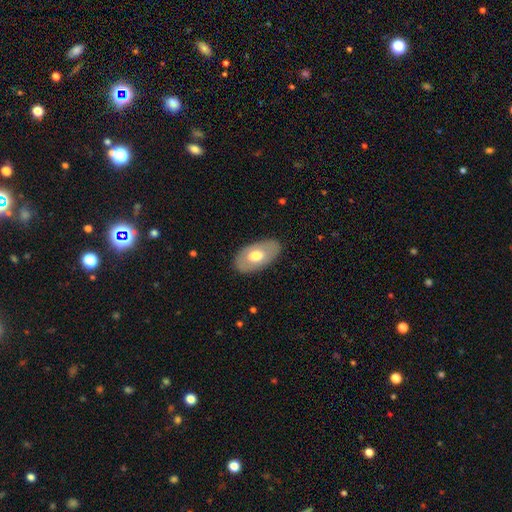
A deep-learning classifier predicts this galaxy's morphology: This is possibly a smooth galaxy (59%). How rounded: clearly in between (94%). Merging: clearly none (84%).